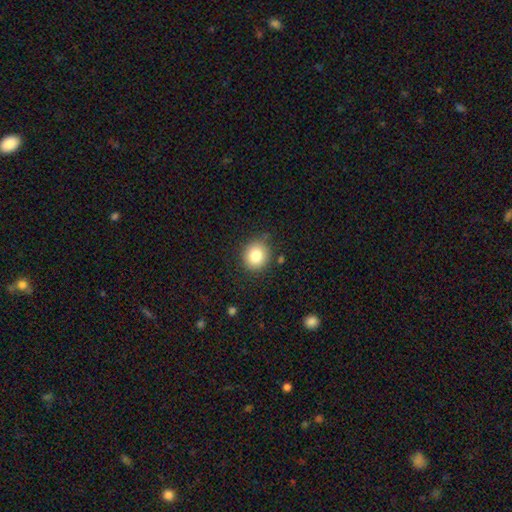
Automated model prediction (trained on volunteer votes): smooth_or_featured: smooth (p=0.82) [alt: star or artifact p=0.10]
how_rounded: round (p=0.82) [alt: in between p=0.17]
merging: none (p=0.85) [alt: minor disturbance p=0.10]